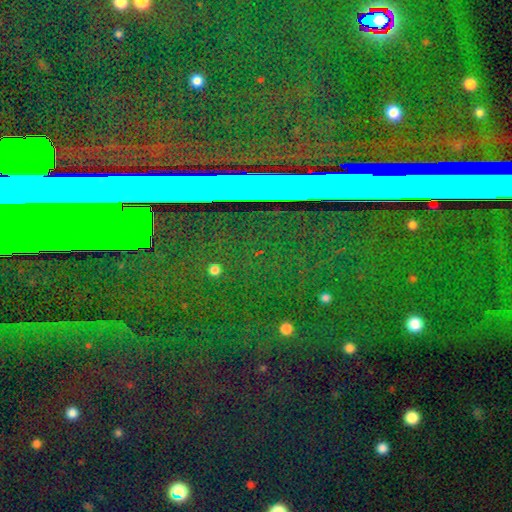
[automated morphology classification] smooth-or-featured: star or artifact: 85% | featured or disk: 8% | smooth: 7%